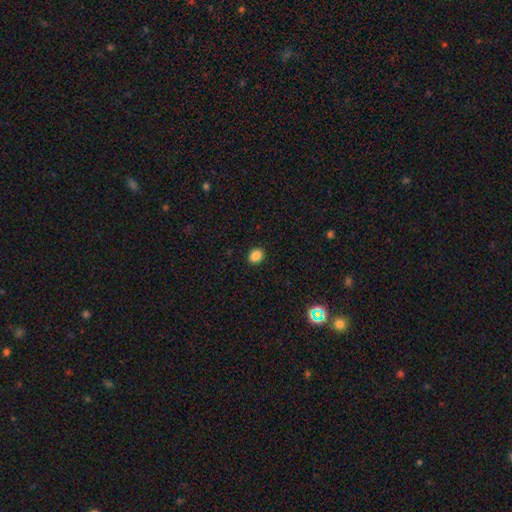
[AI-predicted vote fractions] This is clearly a smooth galaxy (87%). How rounded: likely round (61%). Merging: clearly none (92%).